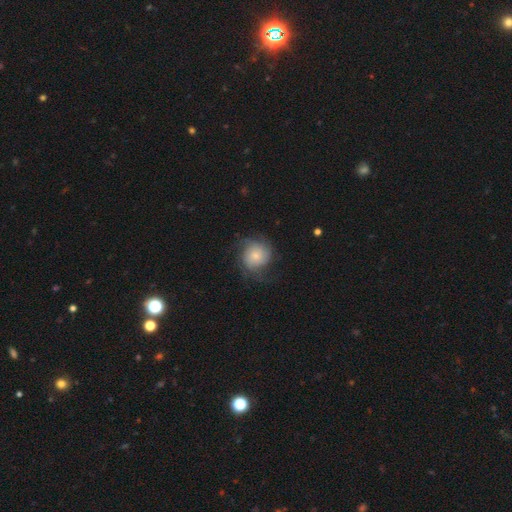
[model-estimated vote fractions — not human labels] Smooth or featured: smooth — 47% (featured or disk — 45%)
Merging: none — 58% (minor disturbance — 22%)